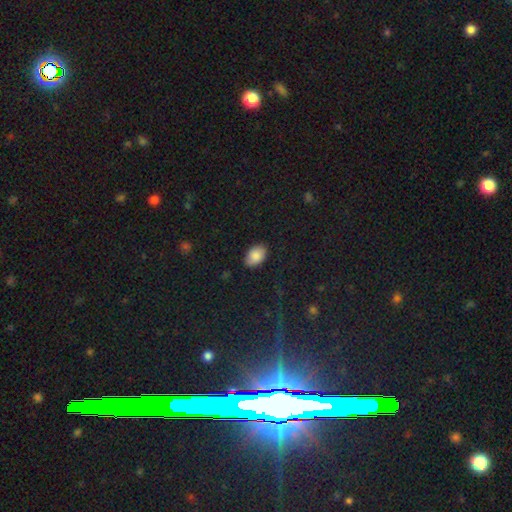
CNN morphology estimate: smooth 87%, star or artifact 7%, featured or disk 6%. Down the decision tree: how rounded — in between (88%); merging — none (84%).